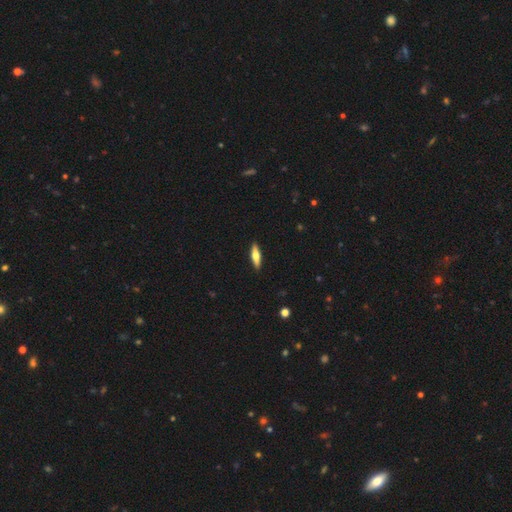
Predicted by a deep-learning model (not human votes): Smooth or featured?
  - smooth: 53% *
  - featured or disk: 41%
  - star or artifact: 6%
How rounded?
  - cigar-shaped: 66% *
  - in between: 32%
  - round: 2%
Merging?
  - none: 90% *
  - minor disturbance: 7%
  - major disturbance: 1%
  - merger: 1%